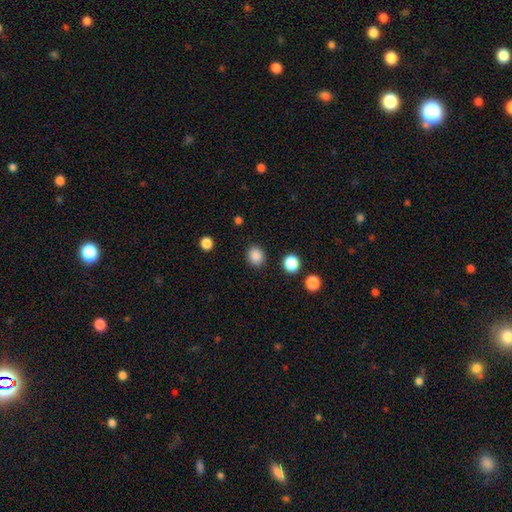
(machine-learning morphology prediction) A smooth galaxy with no disk features (87%) that is round (76%). Merging: none (89%).